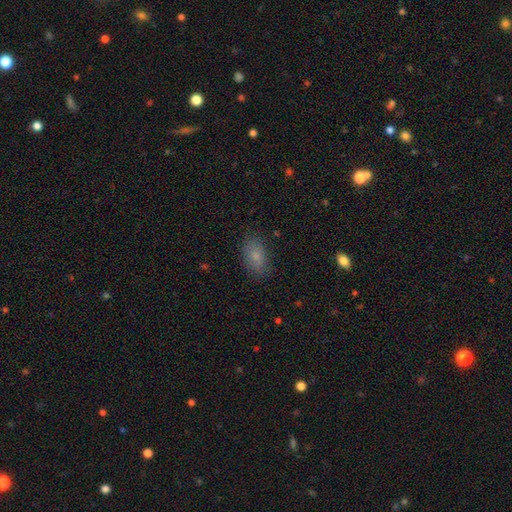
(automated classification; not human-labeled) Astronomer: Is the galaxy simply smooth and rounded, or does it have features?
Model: smooth — 81%.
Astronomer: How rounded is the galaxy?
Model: in between — 89%.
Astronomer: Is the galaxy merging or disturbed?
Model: none — 80%.